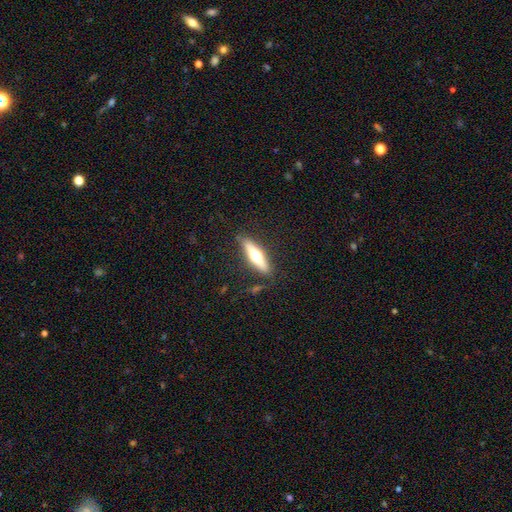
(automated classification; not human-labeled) smooth-or-featured: featured or disk: 51% | smooth: 44% | star or artifact: 6%
  disk-edge-on: yes: 91% | no: 9%
  merging: none: 86% | minor disturbance: 10% | major disturbance: 3% | merger: 2%